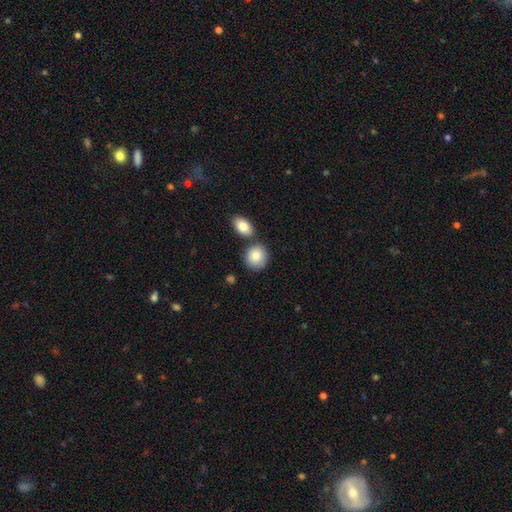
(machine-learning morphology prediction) Smooth or featured? Predicted: smooth (p=0.84). How rounded? Predicted: round (p=0.77). Merging? Predicted: none (p=0.68).